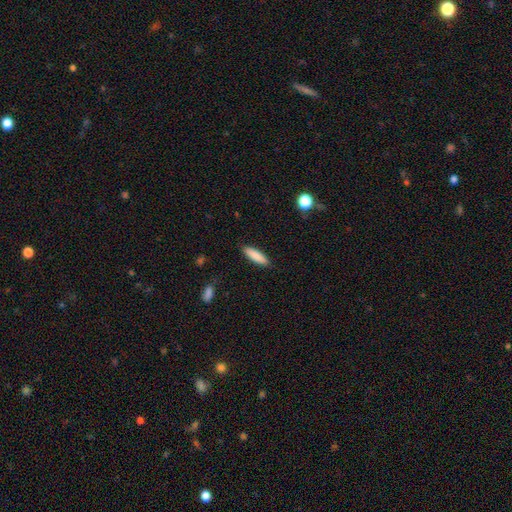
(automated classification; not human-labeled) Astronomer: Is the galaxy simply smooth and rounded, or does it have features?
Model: smooth — 87%.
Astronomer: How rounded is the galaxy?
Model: cigar-shaped — 65%.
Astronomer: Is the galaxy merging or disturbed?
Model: none — 89%.